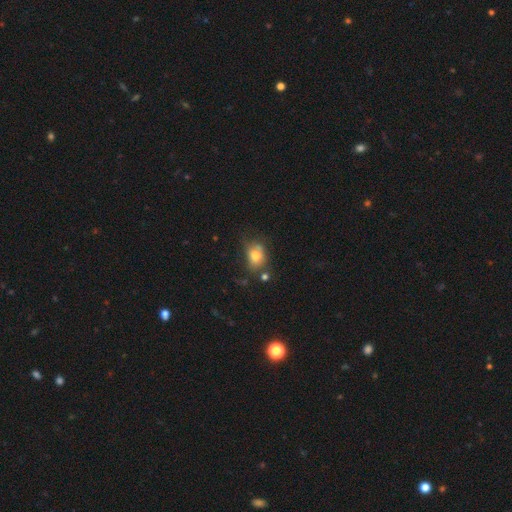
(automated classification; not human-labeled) This appears to be a smooth galaxy with no disk features (74%) that is in between round and cigar-shaped (57%). Merging: none (51%).